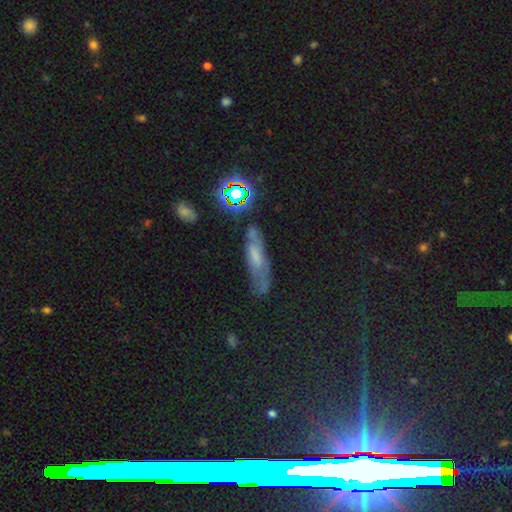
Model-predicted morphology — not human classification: smooth 43%, featured or disk 31%, star or artifact 26%. Down the decision tree: merging — none (58%).